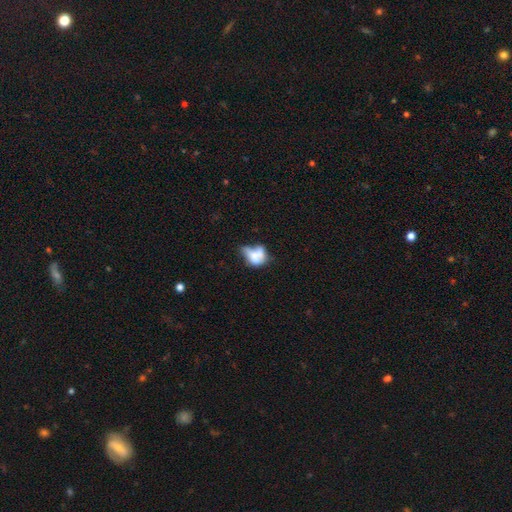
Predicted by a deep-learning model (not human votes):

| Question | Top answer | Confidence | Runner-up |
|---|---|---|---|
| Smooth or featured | smooth | 56% | featured or disk (33%) |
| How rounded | in between | 71% | round (24%) |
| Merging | merger | 31% | major disturbance (24%) |